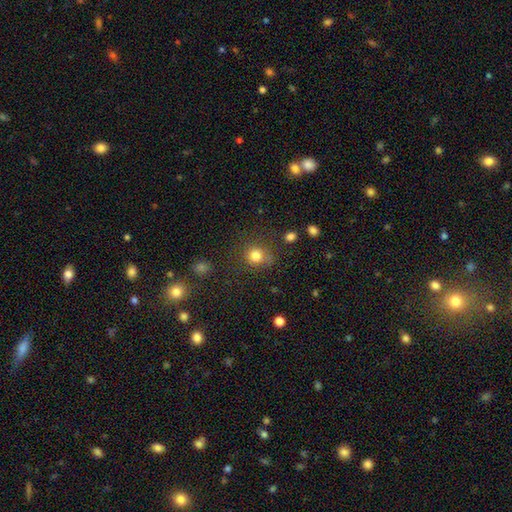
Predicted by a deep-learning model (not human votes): A smooth galaxy with no disk features (81%) that is round (88%).

Vote fractions:
- Smooth or featured? smooth: 81% / star or artifact: 14% / featured or disk: 6%
- How rounded? round: 88% / in between: 11% / cigar-shaped: 1%
- Merging? none: 76% / minor disturbance: 14% / major disturbance: 6% / merger: 4%